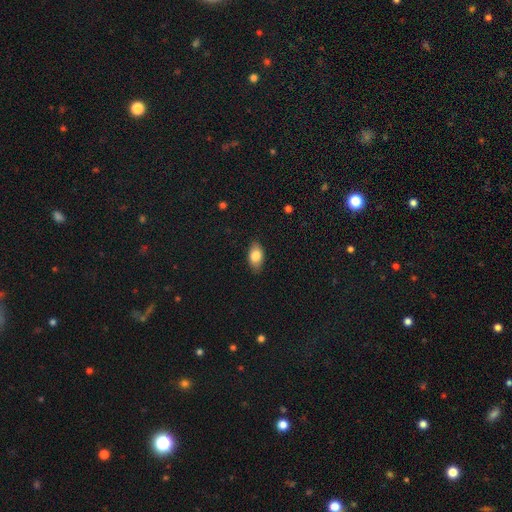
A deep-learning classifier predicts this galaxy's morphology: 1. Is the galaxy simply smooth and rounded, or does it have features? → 81% smooth, 12% featured or disk, 7% star or artifact.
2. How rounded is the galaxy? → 91% in between, 6% round, 3% cigar-shaped.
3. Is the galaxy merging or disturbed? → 85% none, 12% minor disturbance, 2% major disturbance, 1% merger.